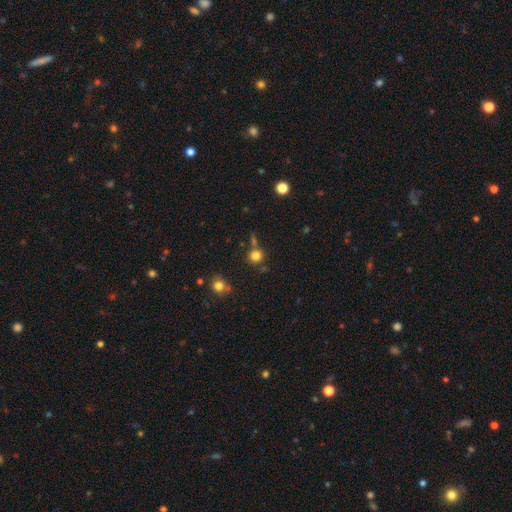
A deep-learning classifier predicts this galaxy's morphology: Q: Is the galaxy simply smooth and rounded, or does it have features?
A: smooth — 79%.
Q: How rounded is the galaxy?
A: round — 90%.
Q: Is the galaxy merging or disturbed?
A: none — 72%.